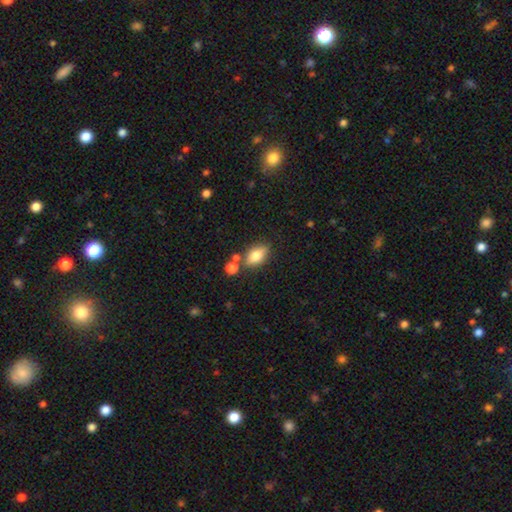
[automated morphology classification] Overall: smooth (75%). How rounded: in between (84%). Merging: none (71%).